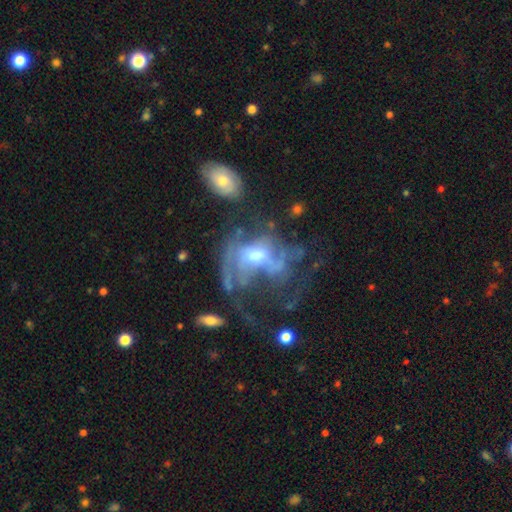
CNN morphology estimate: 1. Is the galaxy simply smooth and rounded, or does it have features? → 73% featured or disk, 16% smooth, 12% star or artifact.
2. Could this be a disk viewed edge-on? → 95% no, 5% yes.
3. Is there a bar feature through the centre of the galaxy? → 57% no, 31% weak, 11% strong.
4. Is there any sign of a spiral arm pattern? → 55% yes, 45% no.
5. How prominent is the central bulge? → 54% moderate, 24% small, 13% large, 7% none, 2% dominant.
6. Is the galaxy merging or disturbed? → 49% major disturbance, 23% none, 16% merger, 12% minor disturbance.